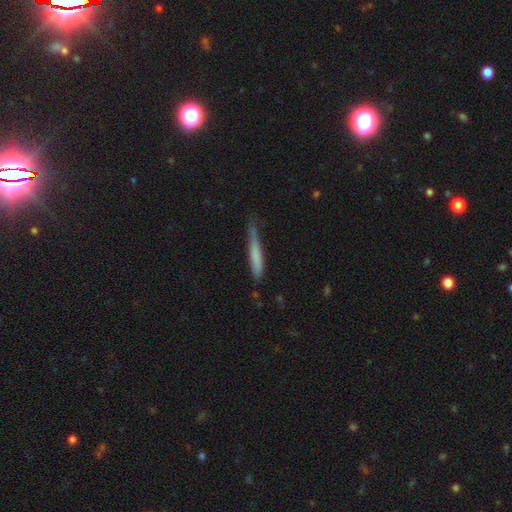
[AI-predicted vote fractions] Morphology: type=smooth (70%); roundness=cigar-shaped (94%); merging=none (58%).